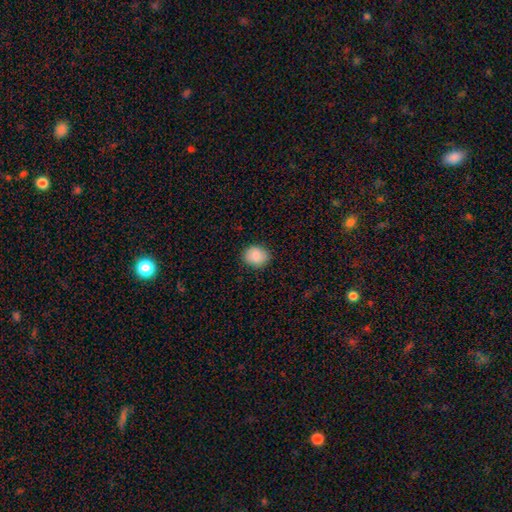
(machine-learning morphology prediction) Smooth or featured? Predicted: smooth (p=0.86). How rounded? Predicted: round (p=0.67). Merging? Predicted: none (p=0.87).